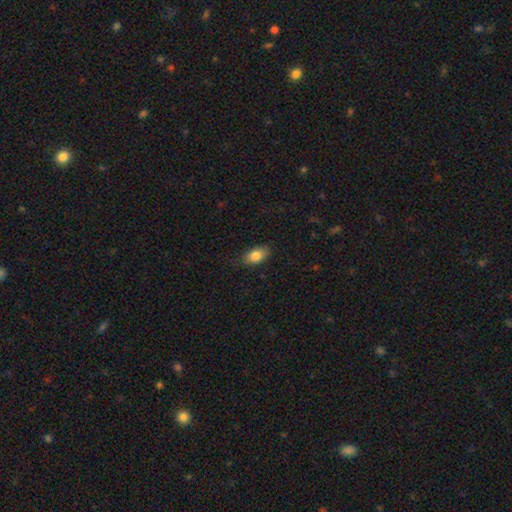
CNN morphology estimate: This is clearly a smooth galaxy (83%). How rounded: clearly in between (90%). Merging: clearly none (82%).